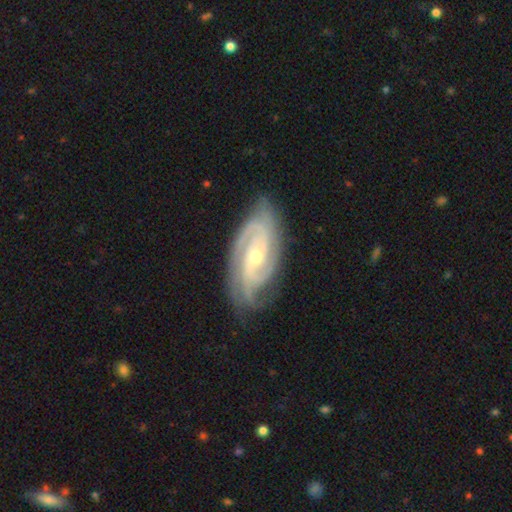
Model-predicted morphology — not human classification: A featured or disk galaxy (91%) with no bar (49%), 3 (38%) tight (65%) spiral arms (98%) and a small central bulge (60%).

Vote fractions:
- Smooth or featured? featured or disk: 91% / smooth: 5% / star or artifact: 5%
- Edge-on disk? no: 96% / yes: 4%
- Bar? no: 49% / weak: 36% / strong: 15%
- Spiral arms? yes: 98% / no: 2%
- Spiral winding? tight: 65% / medium: 31% / loose: 4%
- Spiral arm count? 3: 38% / 2: 25% / 4: 15% / can't tell: 12% / more than 4: 5% / 1: 5%
- Bulge size? small: 60% / moderate: 37% / large: 1% / none: 1% / dominant: 1%
- Merging? none: 79% / minor disturbance: 16% / major disturbance: 4% / merger: 1%